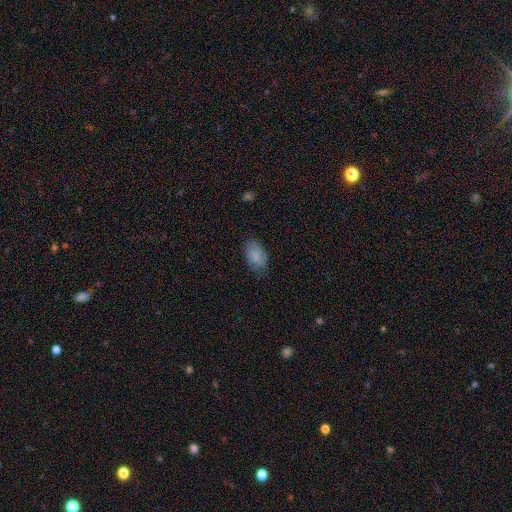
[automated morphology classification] smooth_or_featured: smooth (p=0.75) [alt: featured or disk p=0.17]
how_rounded: in between (p=0.91) [alt: round p=0.07]
merging: none (p=0.71) [alt: minor disturbance p=0.23]